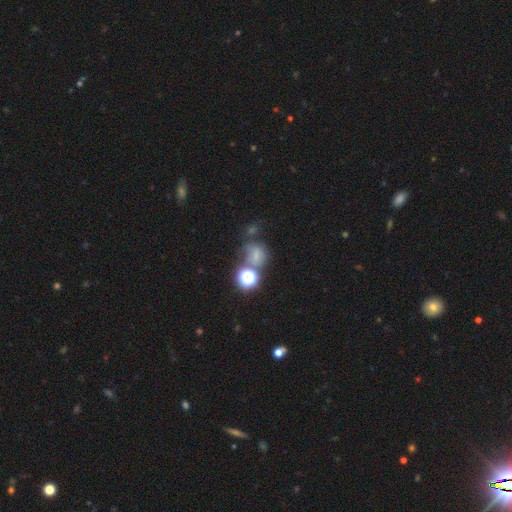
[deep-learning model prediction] Smooth or featured?
  - smooth: 50% *
  - star or artifact: 30%
  - featured or disk: 20%
Merging?
  - none: 42% *
  - merger: 23%
  - minor disturbance: 19%
  - major disturbance: 16%